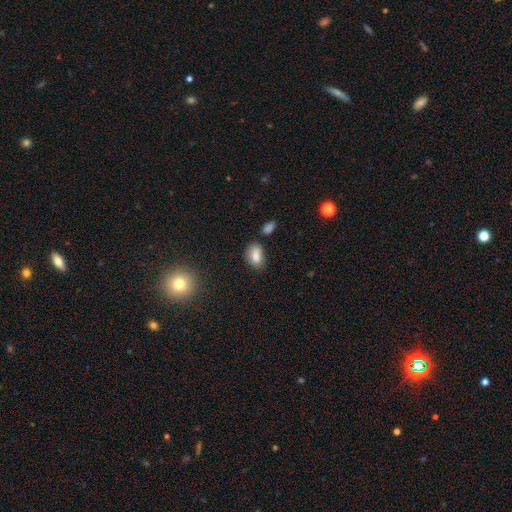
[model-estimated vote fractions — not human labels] This appears to be a smooth galaxy with no disk features (84%) that is in between round and cigar-shaped (87%). Merging: none (63%).